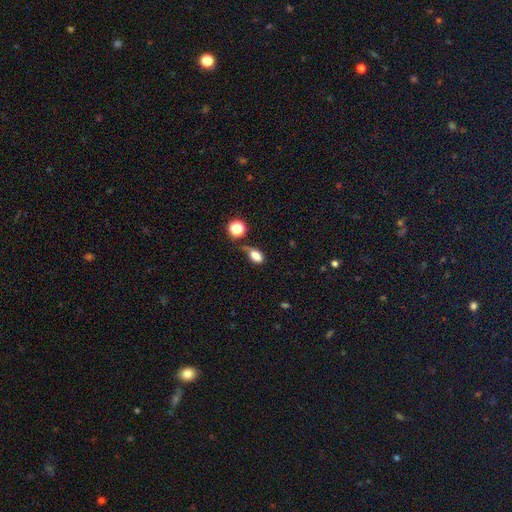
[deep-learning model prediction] Smooth or featured?
  - smooth: 80% *
  - star or artifact: 11%
  - featured or disk: 8%
How rounded?
  - in between: 84% *
  - round: 12%
  - cigar-shaped: 4%
Merging?
  - none: 51% *
  - minor disturbance: 28%
  - major disturbance: 11%
  - merger: 10%